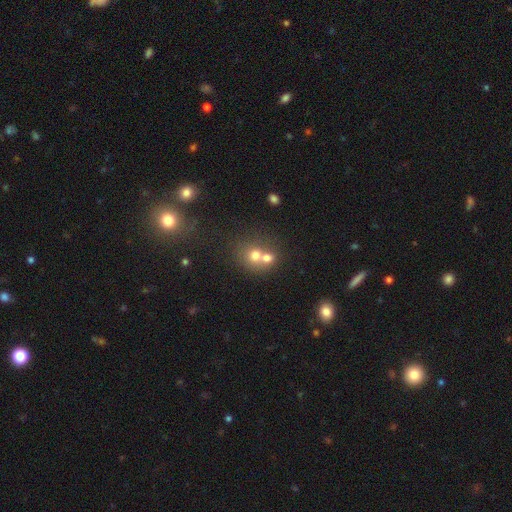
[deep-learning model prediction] Q: Smooth or featured?
A: smooth (68%); runner-up: featured or disk (19%)
Q: How rounded?
A: round (75%); runner-up: in between (24%)
Q: Merging?
A: merger (63%); runner-up: none (29%)